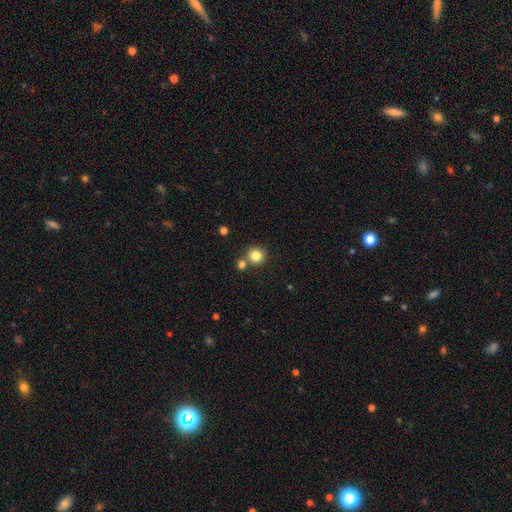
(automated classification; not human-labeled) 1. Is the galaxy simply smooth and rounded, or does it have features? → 82% smooth, 12% star or artifact, 6% featured or disk.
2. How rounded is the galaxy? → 92% round, 7% in between, 1% cigar-shaped.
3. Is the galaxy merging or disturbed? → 71% none, 20% merger, 7% minor disturbance, 2% major disturbance.